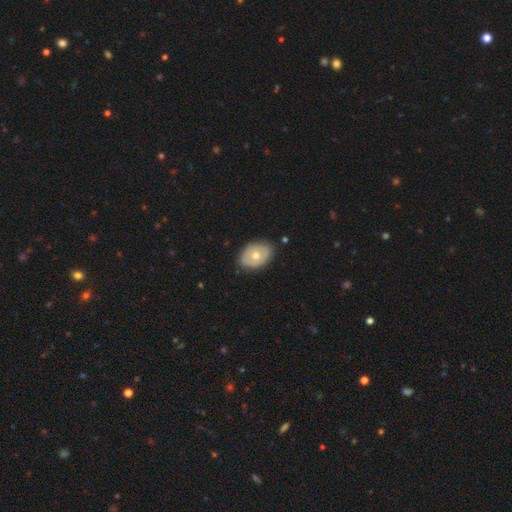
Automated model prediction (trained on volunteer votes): Q: Smooth or featured?
A: smooth (49%); runner-up: featured or disk (45%)
Q: Merging?
A: none (79%); runner-up: minor disturbance (16%)